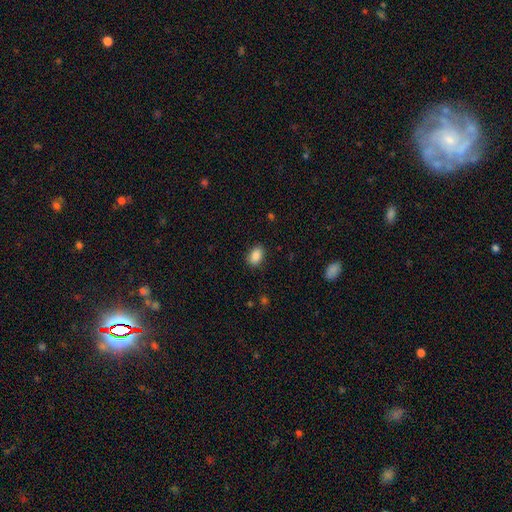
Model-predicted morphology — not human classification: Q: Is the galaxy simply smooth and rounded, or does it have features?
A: smooth — 88%.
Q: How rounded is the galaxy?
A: in between — 83%.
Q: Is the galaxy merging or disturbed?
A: none — 87%.